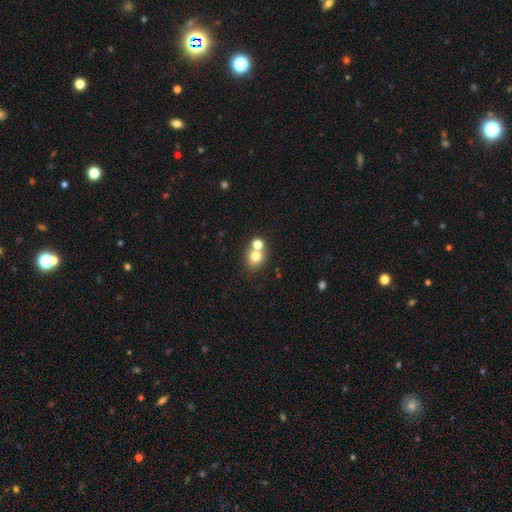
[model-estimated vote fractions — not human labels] This is likely a smooth galaxy (74%). How rounded: likely round (73%). Merging: possibly none (47%).